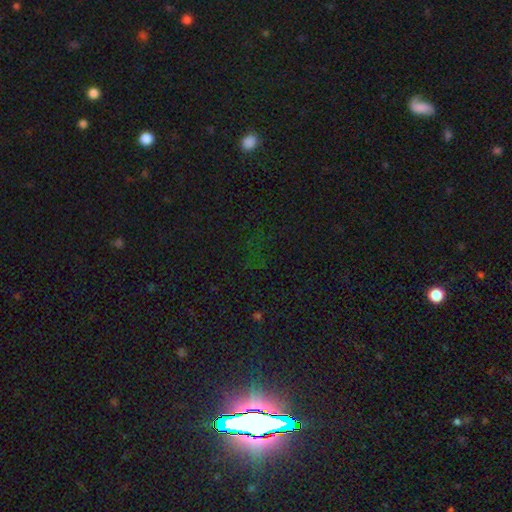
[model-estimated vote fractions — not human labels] A star or artifact, not a galaxy (80%).